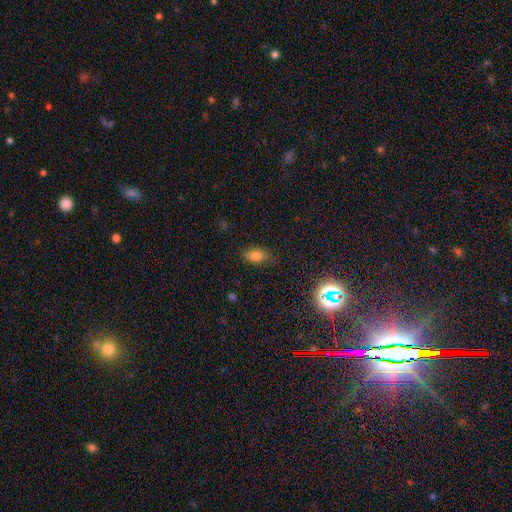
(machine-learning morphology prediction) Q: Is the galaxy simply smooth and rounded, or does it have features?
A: smooth — 76%.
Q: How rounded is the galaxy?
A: in between — 80%.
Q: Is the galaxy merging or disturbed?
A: none — 79%.